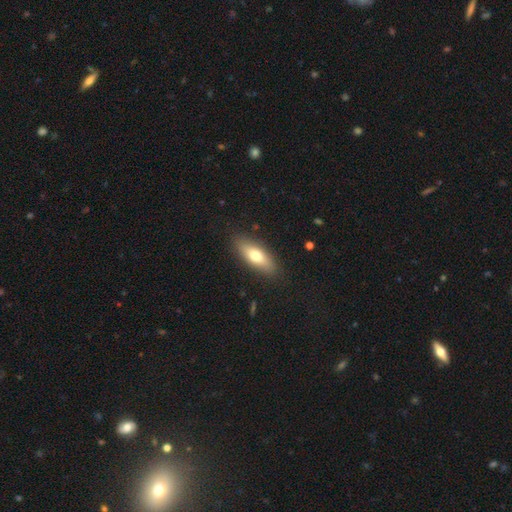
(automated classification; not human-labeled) Q: Smooth or featured?
A: smooth (69%); runner-up: featured or disk (24%)
Q: How rounded?
A: in between (67%); runner-up: cigar-shaped (31%)
Q: Merging?
A: none (86%); runner-up: minor disturbance (10%)